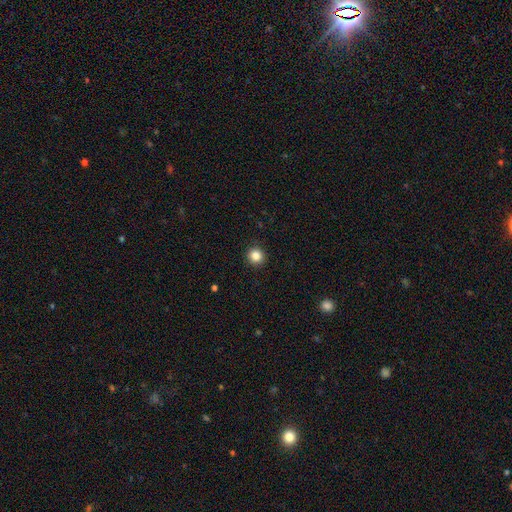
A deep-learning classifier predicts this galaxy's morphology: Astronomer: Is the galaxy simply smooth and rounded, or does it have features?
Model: smooth — 85%.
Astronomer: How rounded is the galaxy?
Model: round — 94%.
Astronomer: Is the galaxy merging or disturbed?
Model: none — 93%.